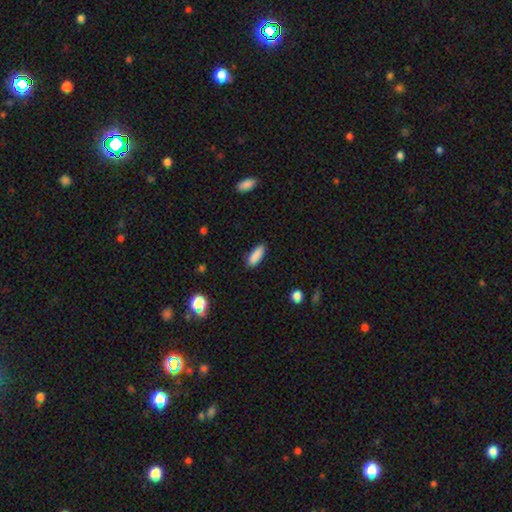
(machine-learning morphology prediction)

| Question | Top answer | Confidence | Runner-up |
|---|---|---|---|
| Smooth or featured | smooth | 89% | star or artifact (7%) |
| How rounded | in between | 64% | cigar-shaped (34%) |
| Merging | none | 86% | minor disturbance (10%) |